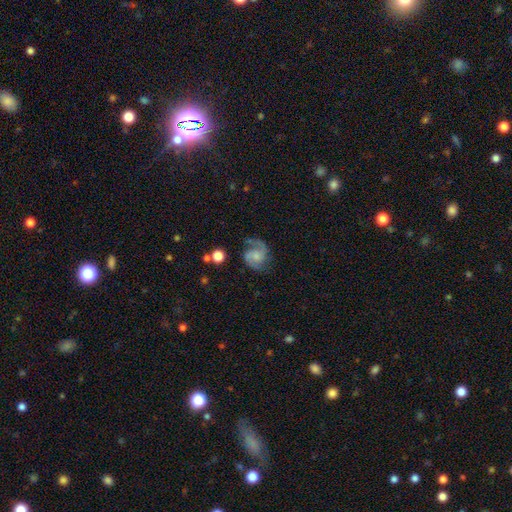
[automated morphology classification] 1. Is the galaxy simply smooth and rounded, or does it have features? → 79% featured or disk, 14% smooth, 7% star or artifact.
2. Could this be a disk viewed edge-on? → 98% no, 2% yes.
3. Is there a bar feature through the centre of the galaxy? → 58% no, 36% weak, 6% strong.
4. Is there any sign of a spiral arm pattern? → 96% yes, 4% no.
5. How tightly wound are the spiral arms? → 53% medium, 28% loose, 19% tight.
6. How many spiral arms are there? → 85% 2, 7% 1, 4% can't tell, 2% 3, 1% 4, 1% more than 4.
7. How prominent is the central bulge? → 42% small, 27% moderate, 24% none, 5% large, 2% dominant.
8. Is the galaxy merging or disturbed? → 66% none, 19% minor disturbance, 12% major disturbance, 3% merger.